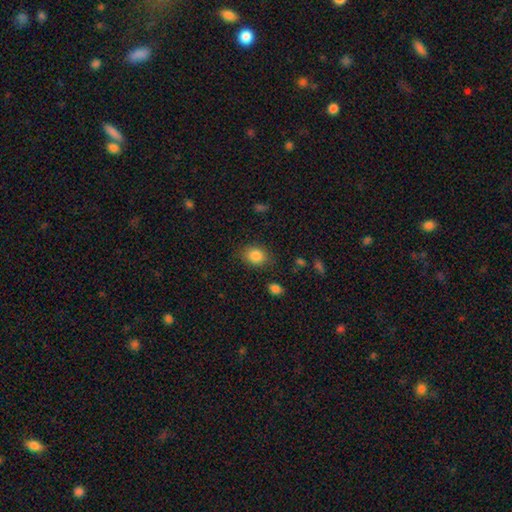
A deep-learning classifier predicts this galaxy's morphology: smooth-or-featured: smooth: 85% | star or artifact: 9% | featured or disk: 6%
  how-rounded: in between: 53% | round: 46% | cigar-shaped: 1%
  merging: none: 80% | minor disturbance: 14% | major disturbance: 4% | merger: 2%